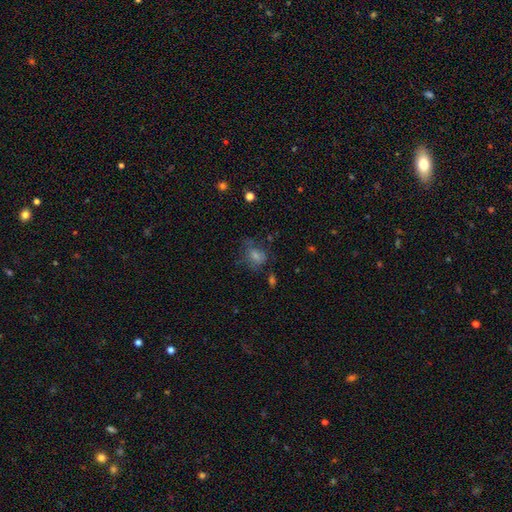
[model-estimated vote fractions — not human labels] The model was most divided on "how rounded": in between: 56%, round: 42%, cigar-shaped: 1%. Remaining: smooth or featured — smooth (67%); merging — none (46%).